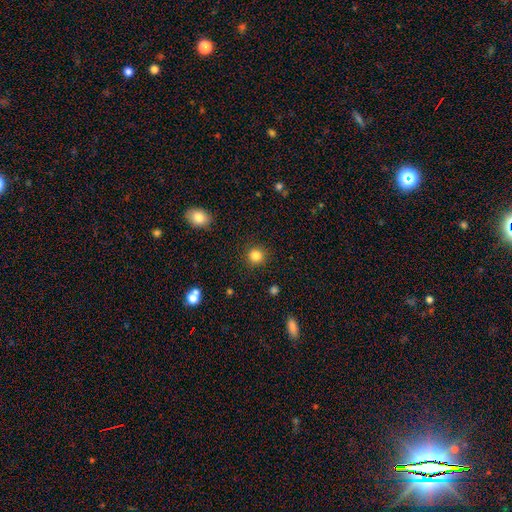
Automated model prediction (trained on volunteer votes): Smooth or featured: smooth — 84% (star or artifact — 12%)
How rounded: round — 93% (in between — 6%)
Merging: none — 91% (minor disturbance — 6%)